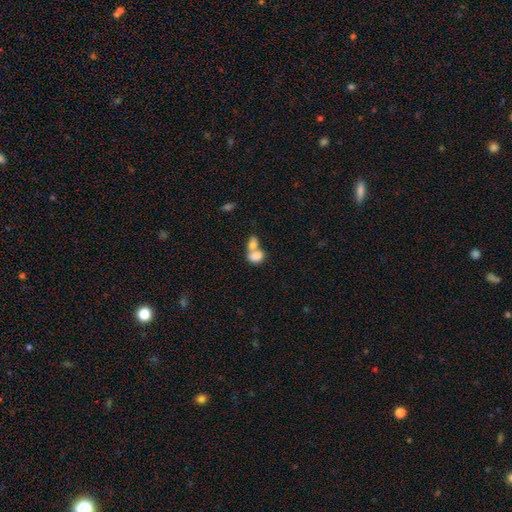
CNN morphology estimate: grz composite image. It shows a smooth galaxy with no disk features (79%) that is in between round and cigar-shaped (78%). Merging: merger (69%).